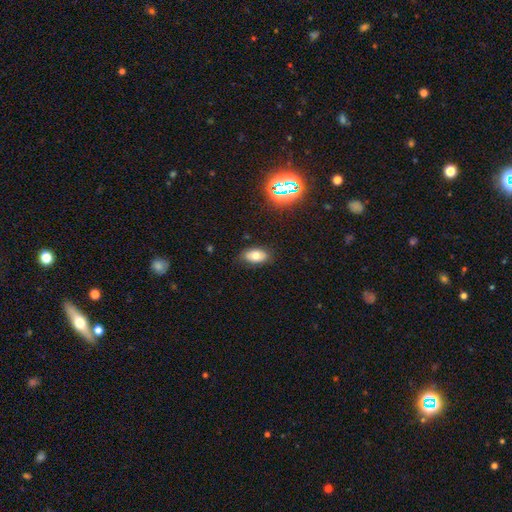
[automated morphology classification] type=smooth (71%); roundness=in between (91%); merging=none (82%).